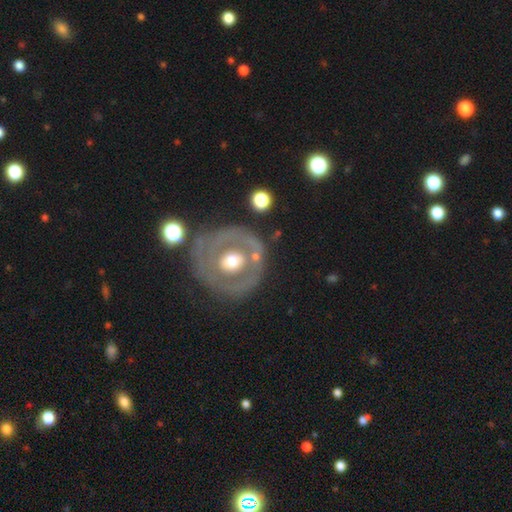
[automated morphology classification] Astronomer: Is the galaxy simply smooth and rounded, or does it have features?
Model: featured or disk — 65%.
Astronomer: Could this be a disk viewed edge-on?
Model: no — 95%.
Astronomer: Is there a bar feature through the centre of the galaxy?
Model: no — 80%.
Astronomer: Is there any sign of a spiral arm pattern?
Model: no — 79%.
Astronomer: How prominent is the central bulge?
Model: moderate — 69%.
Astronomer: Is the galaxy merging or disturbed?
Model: none — 72%.